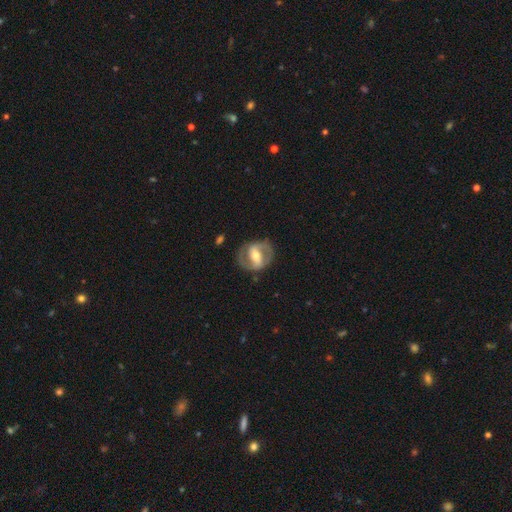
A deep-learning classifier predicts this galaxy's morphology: Overall: featured or disk (78%). Edge-on disk: no (95%). Bar: strong (57%; weak 29%). Spiral arms: yes (76%). Spiral arm count: 2 (87%). Spiral winding: medium (49%; tight 34%). Bulge size: moderate (64%). Merging: none (81%).